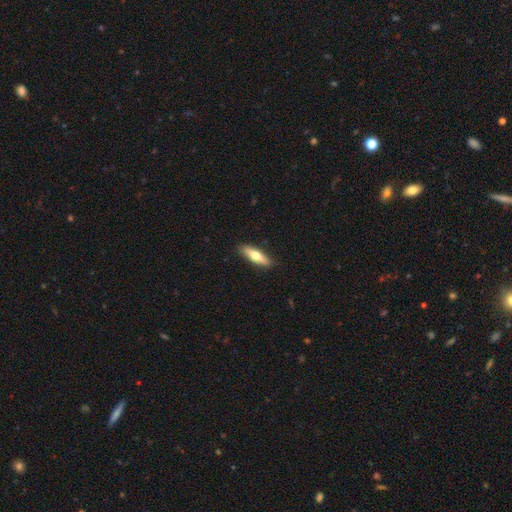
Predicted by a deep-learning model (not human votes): Q: Smooth or featured?
A: smooth (61%); runner-up: featured or disk (33%)
Q: How rounded?
A: cigar-shaped (57%); runner-up: in between (41%)
Q: Merging?
A: none (88%); runner-up: minor disturbance (9%)